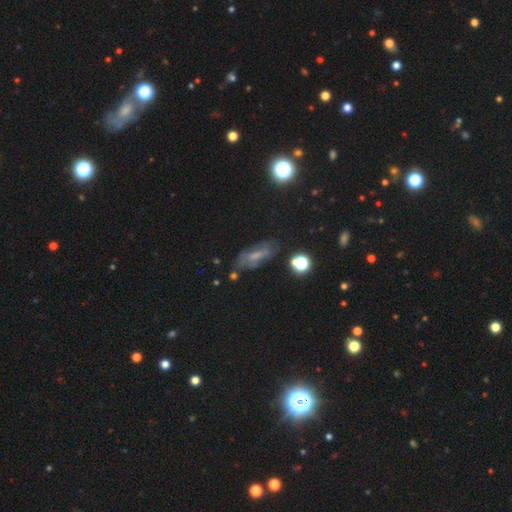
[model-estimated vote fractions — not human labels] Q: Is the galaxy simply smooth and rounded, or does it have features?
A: featured or disk — 40%, tied with smooth.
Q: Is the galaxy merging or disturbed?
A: none — 60%.